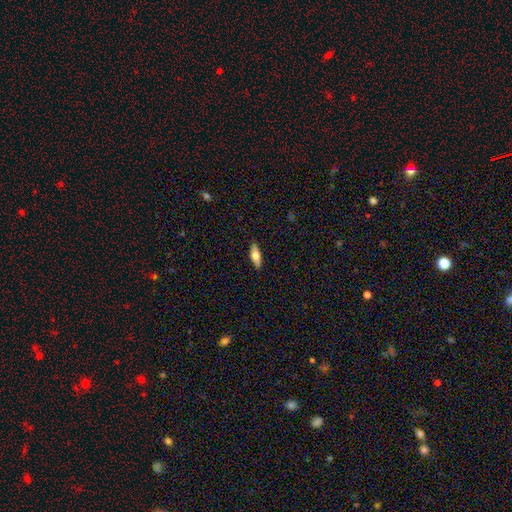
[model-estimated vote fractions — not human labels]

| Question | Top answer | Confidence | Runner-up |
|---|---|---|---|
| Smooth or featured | smooth | 57% | featured or disk (36%) |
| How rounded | in between | 60% | cigar-shaped (37%) |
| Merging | none | 89% | minor disturbance (8%) |